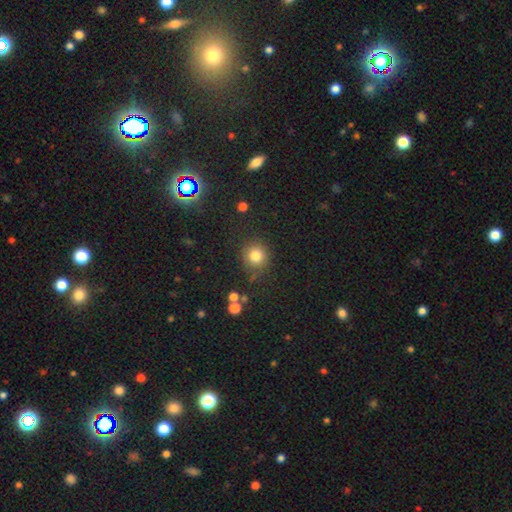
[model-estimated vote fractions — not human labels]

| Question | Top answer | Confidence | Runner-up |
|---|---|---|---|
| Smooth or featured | smooth | 80% | star or artifact (14%) |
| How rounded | round | 91% | in between (8%) |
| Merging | none | 83% | minor disturbance (9%) |